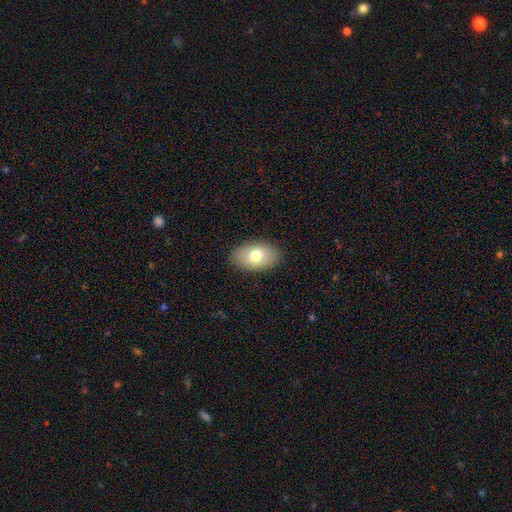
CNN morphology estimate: This is likely a smooth galaxy (76%). How rounded: clearly in between (90%). Merging: clearly none (87%).